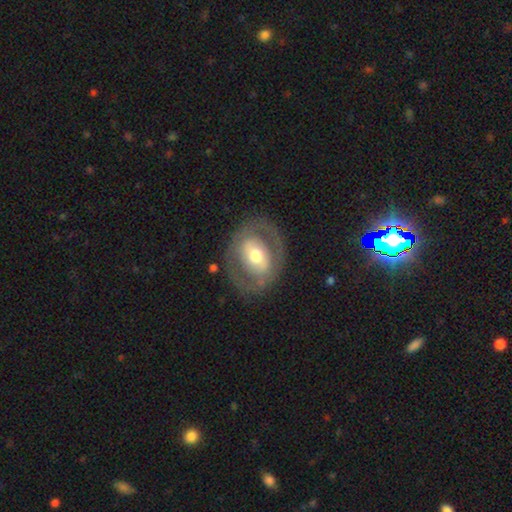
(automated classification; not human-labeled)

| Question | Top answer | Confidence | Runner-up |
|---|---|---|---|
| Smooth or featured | featured or disk | 59% | smooth (35%) |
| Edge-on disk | no | 94% | yes (6%) |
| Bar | no | 42% | weak (31%) |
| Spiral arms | no | 76% | yes (24%) |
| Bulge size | moderate | 66% | large (19%) |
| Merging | none | 76% | minor disturbance (13%) |